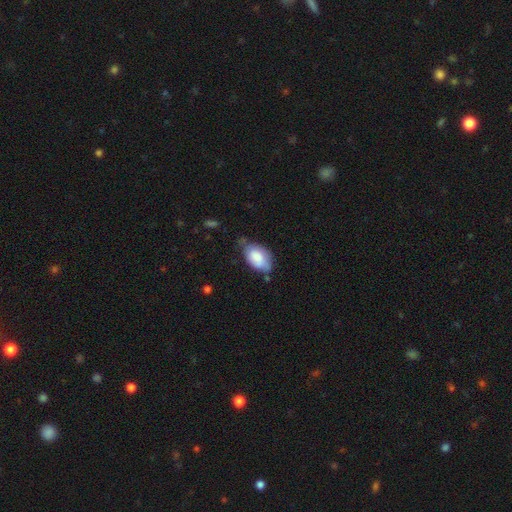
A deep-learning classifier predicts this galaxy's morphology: smooth-or-featured: smooth: 78% | featured or disk: 15% | star or artifact: 6%
  how-rounded: in between: 92% | round: 6% | cigar-shaped: 2%
  merging: none: 46% | minor disturbance: 39% | major disturbance: 9% | merger: 6%